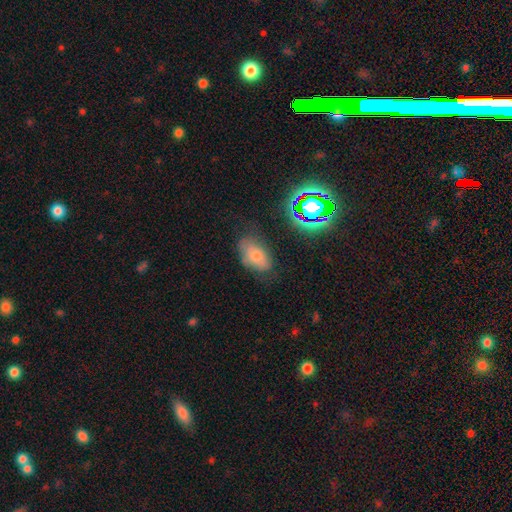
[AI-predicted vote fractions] Morphology: type=smooth (62%); roundness=in between (90%); merging=none (66%).